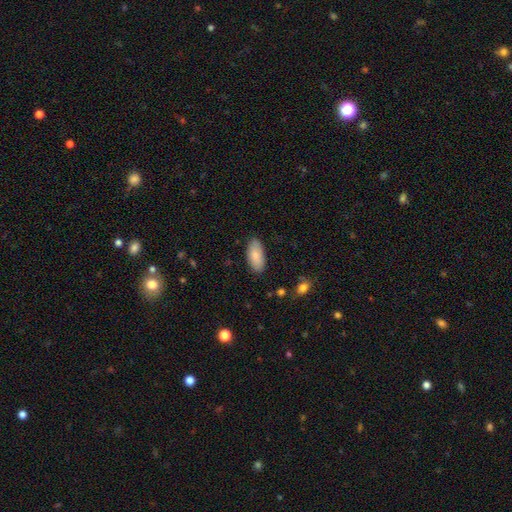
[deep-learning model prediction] Overall: smooth (82%). How rounded: in between (92%). Merging: none (83%).